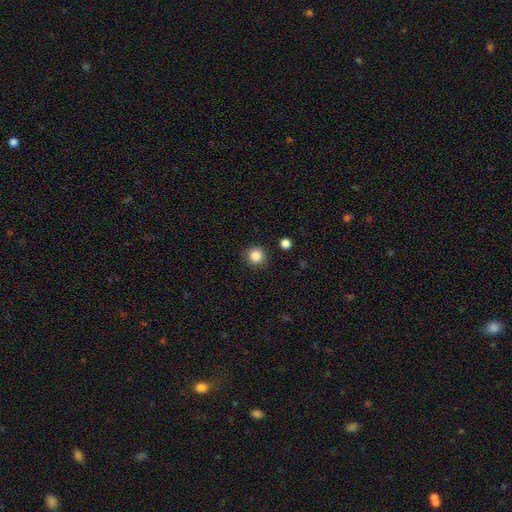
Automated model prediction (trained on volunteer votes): Smooth or featured? Predicted: smooth (p=0.86). How rounded? Predicted: round (p=0.94). Merging? Predicted: none (p=0.90).